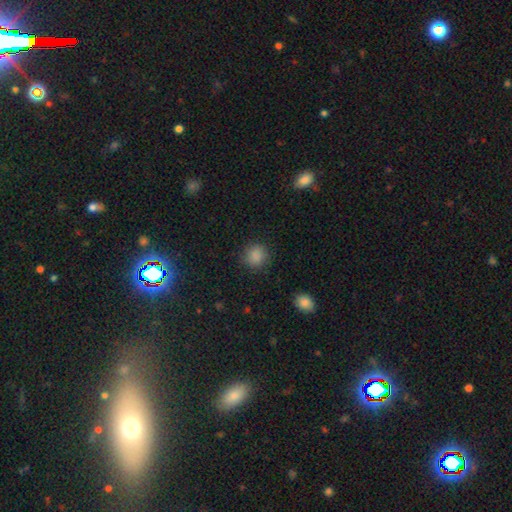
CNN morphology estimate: The model was most divided on "how rounded": round: 87%, in between: 12%, cigar-shaped: 1%. More confident: merging — none (87%); smooth or featured — smooth (87%).